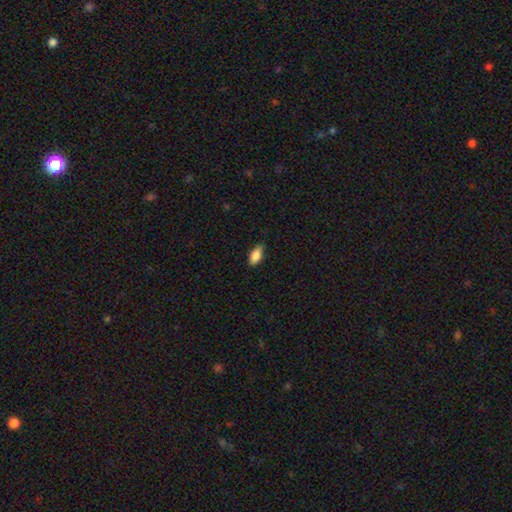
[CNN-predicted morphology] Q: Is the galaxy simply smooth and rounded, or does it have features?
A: smooth — 86%.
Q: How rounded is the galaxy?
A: in between — 88%.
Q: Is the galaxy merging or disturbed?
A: none — 80%.